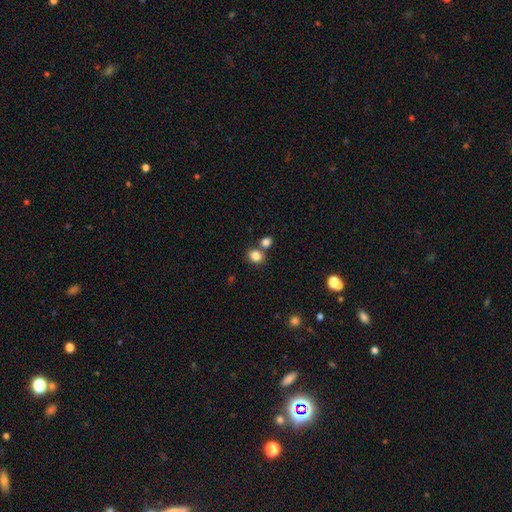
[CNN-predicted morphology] smooth_or_featured: smooth (p=0.84) [alt: star or artifact p=0.11]
how_rounded: round (p=0.63) [alt: in between p=0.36]
merging: none (p=0.64) [alt: merger p=0.24]